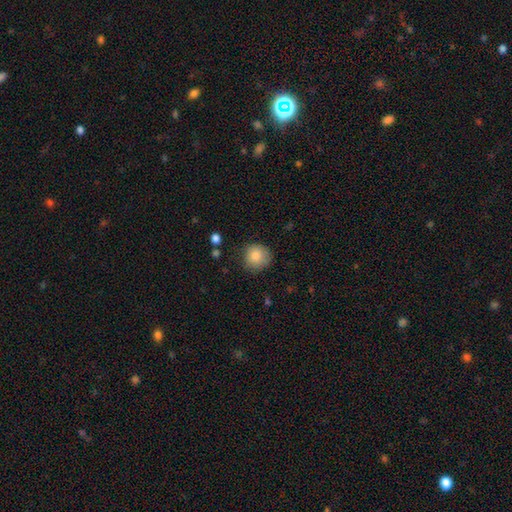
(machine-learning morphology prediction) Q: Smooth or featured?
A: smooth (83%); runner-up: star or artifact (9%)
Q: How rounded?
A: round (91%); runner-up: in between (8%)
Q: Merging?
A: none (79%); runner-up: minor disturbance (16%)